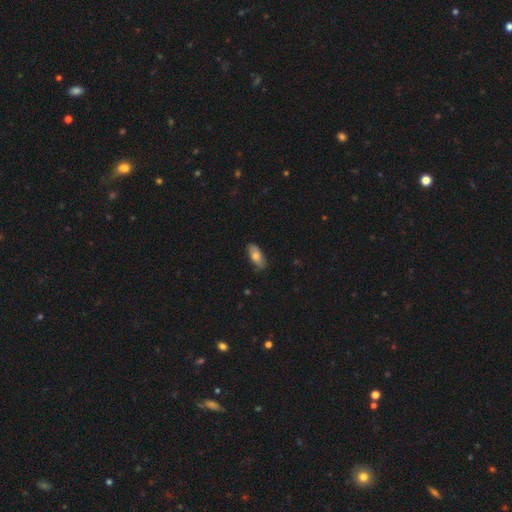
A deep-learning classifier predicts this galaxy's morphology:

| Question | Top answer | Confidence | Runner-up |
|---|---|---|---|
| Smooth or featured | smooth | 73% | featured or disk (20%) |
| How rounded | in between | 85% | cigar-shaped (13%) |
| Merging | none | 85% | minor disturbance (12%) |